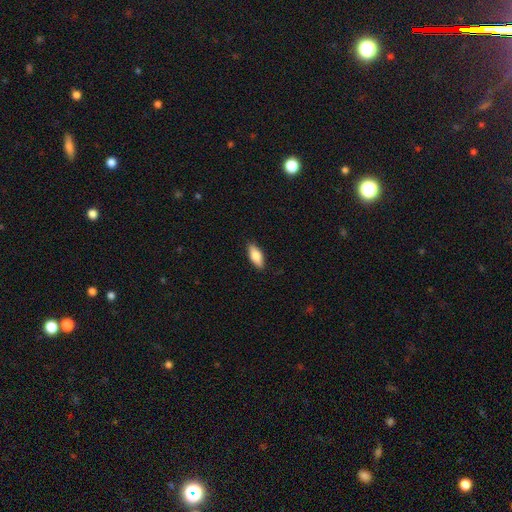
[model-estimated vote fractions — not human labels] smooth 79%, featured or disk 15%, star or artifact 6%. Down the decision tree: how rounded — in between (81%); merging — none (87%).